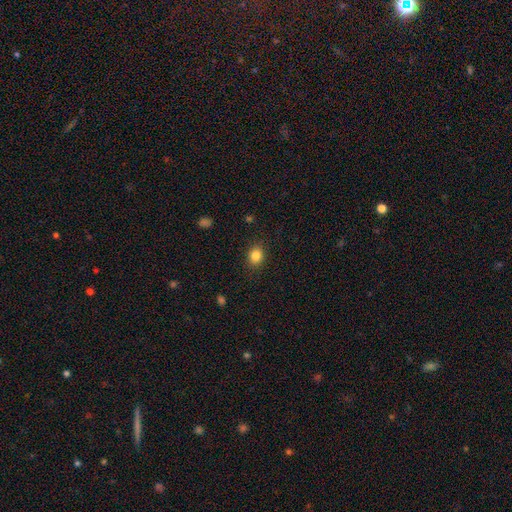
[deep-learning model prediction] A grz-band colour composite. It shows a smooth galaxy with no disk features (84%) that is round (56%). Merging: none (88%).